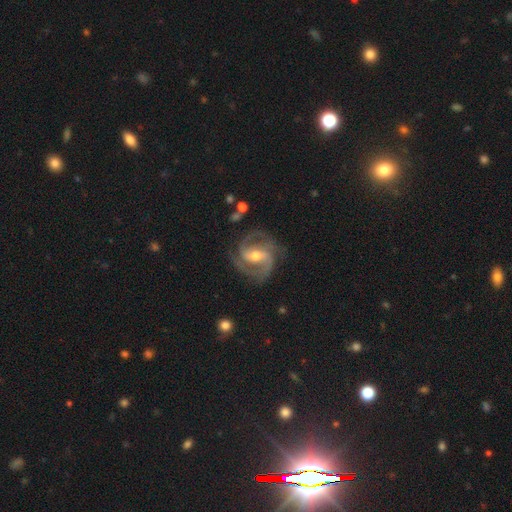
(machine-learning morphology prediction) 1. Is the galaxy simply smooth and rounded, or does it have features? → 92% featured or disk, 4% star or artifact, 4% smooth.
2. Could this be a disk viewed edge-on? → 98% no, 2% yes.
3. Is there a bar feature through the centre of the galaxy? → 41% weak, 39% strong, 19% no.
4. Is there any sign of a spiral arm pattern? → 98% yes, 2% no.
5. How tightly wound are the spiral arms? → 54% medium, 37% tight, 9% loose.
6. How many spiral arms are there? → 60% 2, 28% 3, 4% can't tell, 4% 4, 2% 1, 2% more than 4.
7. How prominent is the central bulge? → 63% moderate, 32% small, 3% large, 1% none, 1% dominant.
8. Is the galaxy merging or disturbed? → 79% none, 14% minor disturbance, 6% major disturbance, 2% merger.